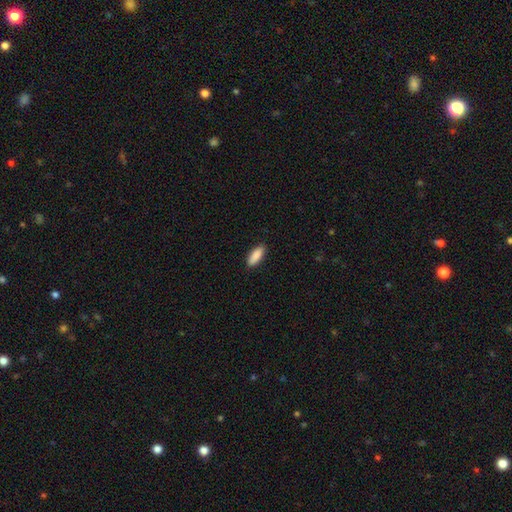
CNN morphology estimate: Smooth or featured?
  - smooth: 89% *
  - star or artifact: 6%
  - featured or disk: 5%
How rounded?
  - in between: 67% *
  - cigar-shaped: 31%
  - round: 2%
Merging?
  - none: 88% *
  - minor disturbance: 9%
  - major disturbance: 2%
  - merger: 1%